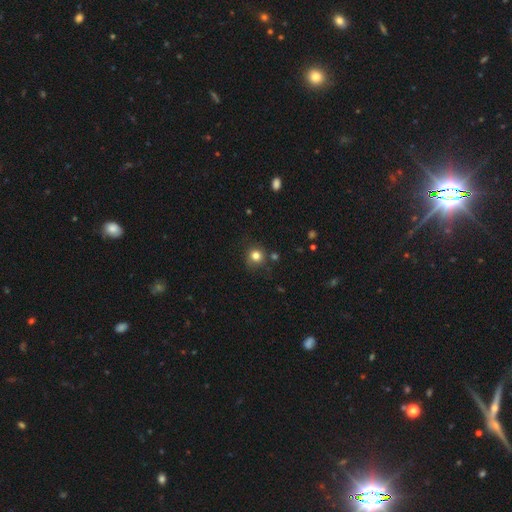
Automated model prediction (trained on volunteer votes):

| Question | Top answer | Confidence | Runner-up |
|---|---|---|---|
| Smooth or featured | smooth | 80% | star or artifact (13%) |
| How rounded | round | 89% | in between (10%) |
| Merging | none | 80% | minor disturbance (12%) |